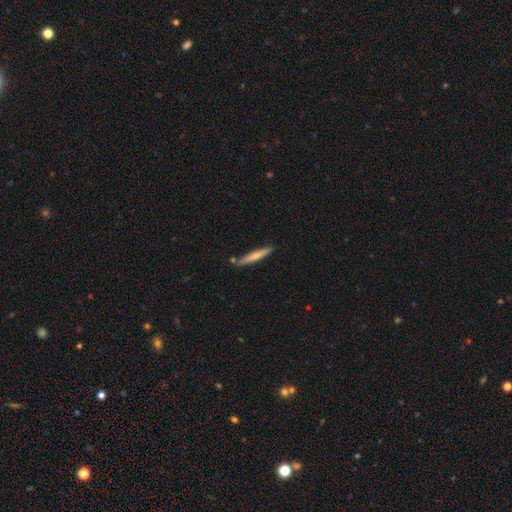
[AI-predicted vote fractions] The model was most divided on "smooth or featured": smooth: 66%, featured or disk: 29%, star or artifact: 5%. More confident: how rounded — cigar-shaped (95%); merging — none (81%).